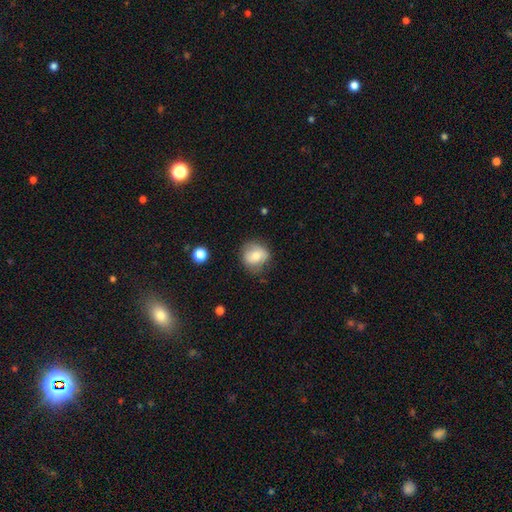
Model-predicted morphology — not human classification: Overall: smooth (72%). How rounded: round (72%). Merging: none (69%).